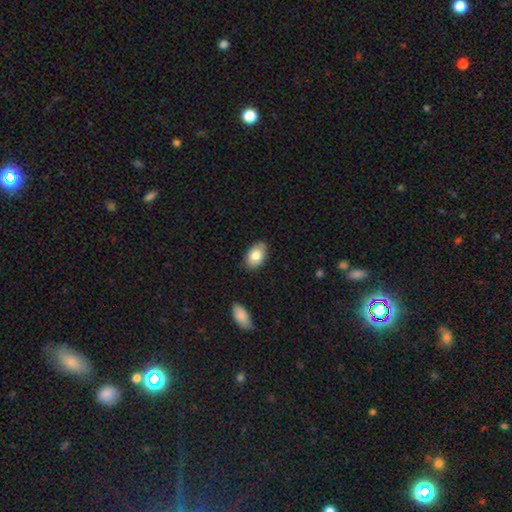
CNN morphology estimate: Smooth or featured: smooth — 82% (featured or disk — 11%)
How rounded: in between — 87% (round — 11%)
Merging: none — 80% (minor disturbance — 16%)